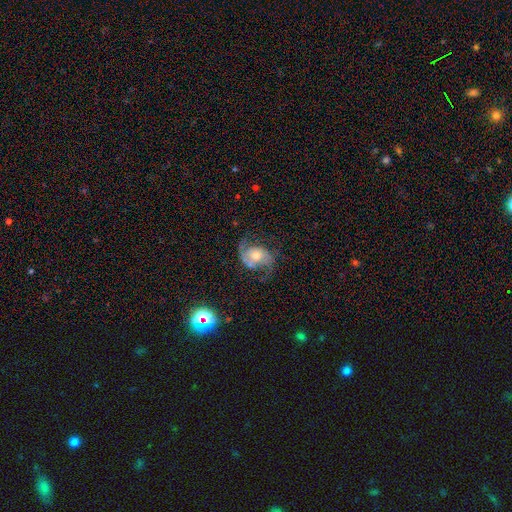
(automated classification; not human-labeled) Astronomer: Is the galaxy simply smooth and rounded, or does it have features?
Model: featured or disk — 78%.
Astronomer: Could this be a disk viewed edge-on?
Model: no — 97%.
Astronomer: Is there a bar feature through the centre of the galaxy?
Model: no — 65%.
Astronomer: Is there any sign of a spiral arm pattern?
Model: yes — 94%.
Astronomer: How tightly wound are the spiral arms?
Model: medium — 48% (runner-up: loose, 35%).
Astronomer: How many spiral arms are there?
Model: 2 — 87%.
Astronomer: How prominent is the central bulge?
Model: moderate — 56%.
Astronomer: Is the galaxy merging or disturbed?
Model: none — 62%.